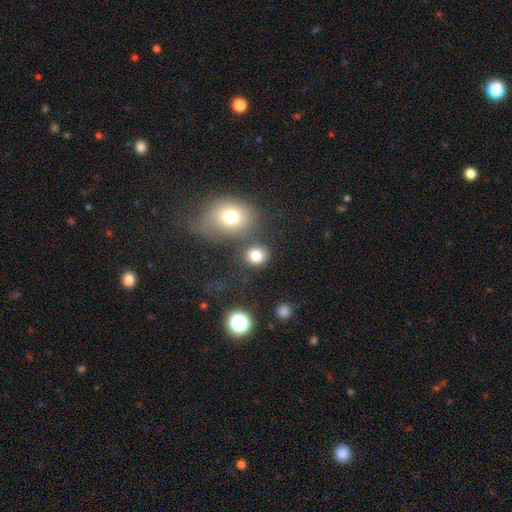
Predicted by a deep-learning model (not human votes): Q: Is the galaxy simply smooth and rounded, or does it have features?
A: smooth — 80%.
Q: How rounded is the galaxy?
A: round — 66%.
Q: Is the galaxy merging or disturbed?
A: none — 72%.